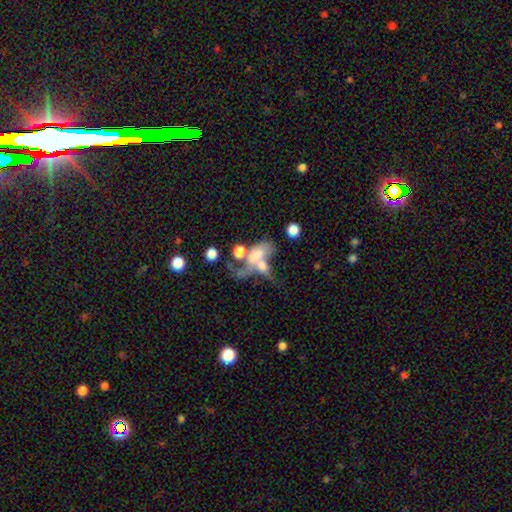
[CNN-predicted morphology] type=smooth (49%); merging=merger (54%).